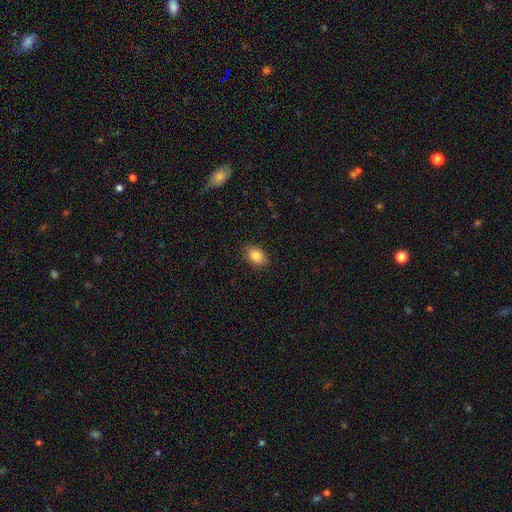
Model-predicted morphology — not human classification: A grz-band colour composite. It shows a smooth galaxy with no disk features (86%) that is in between round and cigar-shaped (79%). Merging: none (88%).